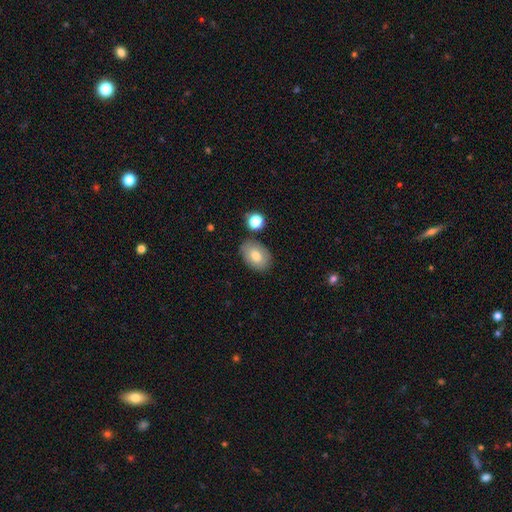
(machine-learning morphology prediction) smooth-or-featured: smooth: 78% | featured or disk: 15% | star or artifact: 8%
  how-rounded: in between: 86% | round: 13% | cigar-shaped: 1%
  merging: none: 79% | minor disturbance: 13% | merger: 5% | major disturbance: 3%